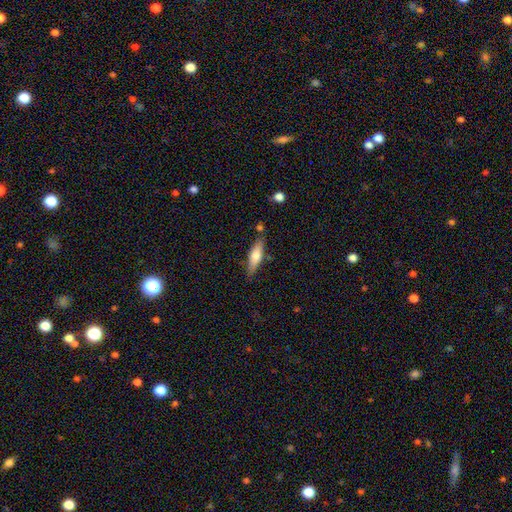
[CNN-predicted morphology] smooth_or_featured: smooth (p=0.60) [alt: featured or disk p=0.34]
how_rounded: cigar-shaped (p=0.62) [alt: in between p=0.36]
merging: none (p=0.77) [alt: minor disturbance p=0.15]